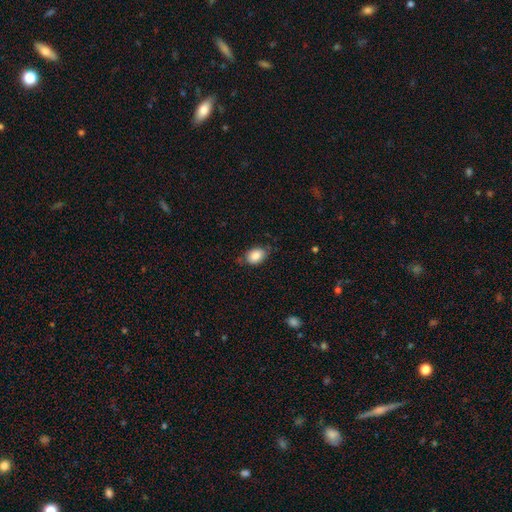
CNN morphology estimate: Smooth or featured? smooth (84%)
How rounded? in between (79%)
Merging? none (71%)